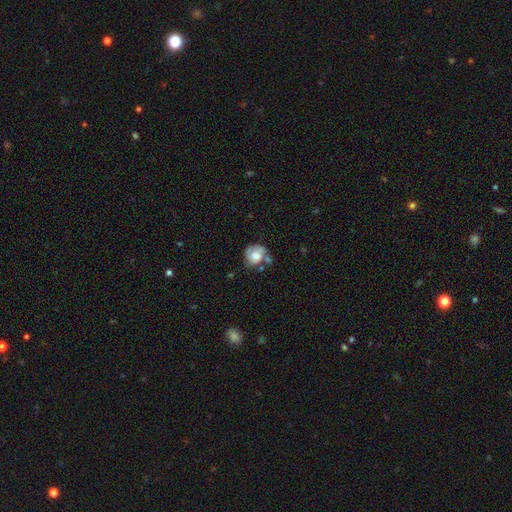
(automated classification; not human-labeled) smooth 62%, featured or disk 30%, star or artifact 8%. Down the decision tree: how rounded — round (69%); merging — none (39%).